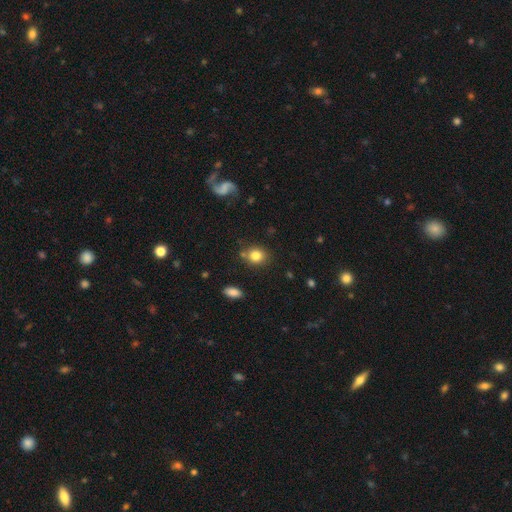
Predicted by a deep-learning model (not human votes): smooth_or_featured: smooth (p=0.80) [alt: star or artifact p=0.10]
how_rounded: round (p=0.62) [alt: in between p=0.37]
merging: none (p=0.77) [alt: minor disturbance p=0.13]